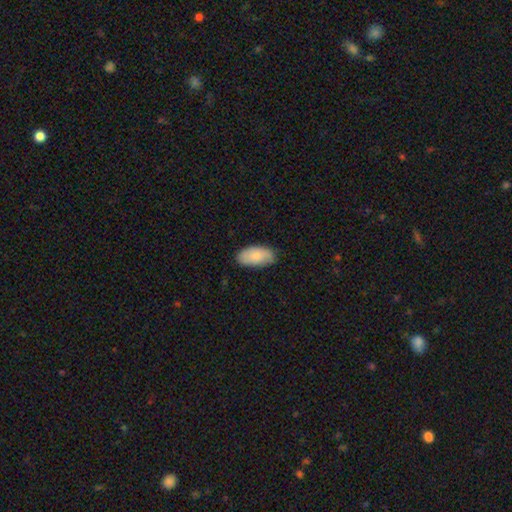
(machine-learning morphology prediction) This appears to be a smooth galaxy with no disk features (84%) that is in between round and cigar-shaped (94%). Merging: none (83%).